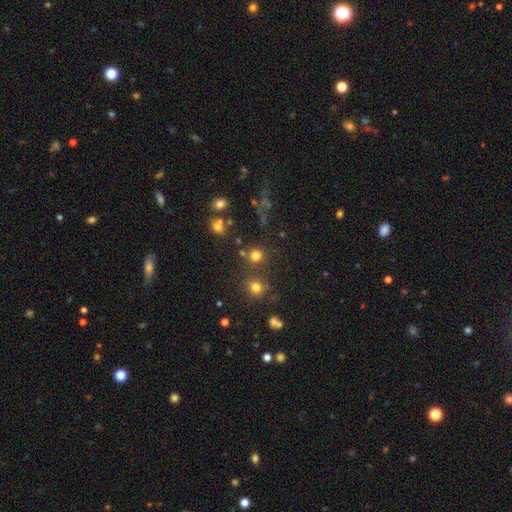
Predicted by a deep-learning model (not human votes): A smooth galaxy with no disk features (75%) that is round (92%).

Vote fractions:
- Smooth or featured? smooth: 75% / star or artifact: 18% / featured or disk: 7%
- How rounded? round: 92% / in between: 7% / cigar-shaped: 1%
- Merging? none: 74% / merger: 15% / minor disturbance: 8% / major disturbance: 4%